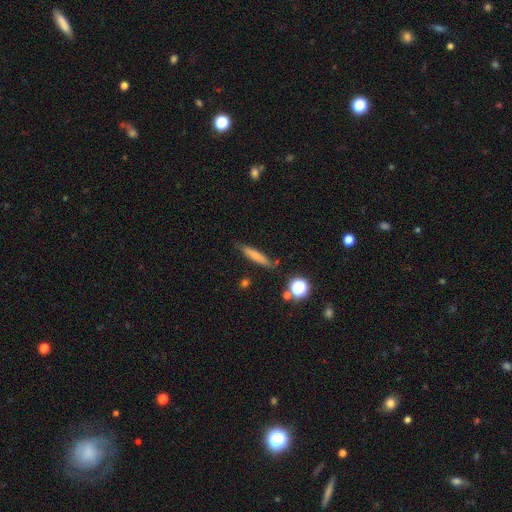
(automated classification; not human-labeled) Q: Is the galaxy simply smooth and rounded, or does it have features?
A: smooth — 71%.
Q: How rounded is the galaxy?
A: cigar-shaped — 86%.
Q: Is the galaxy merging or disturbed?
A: none — 79%.